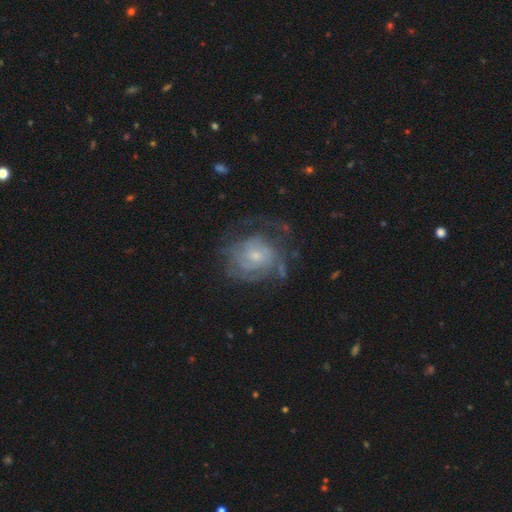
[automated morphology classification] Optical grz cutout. It shows a featured or disk galaxy (78%) with no bar (69%), tight (64%) spiral arms (87%) and a small central bulge (61%). Merging: none (57%).